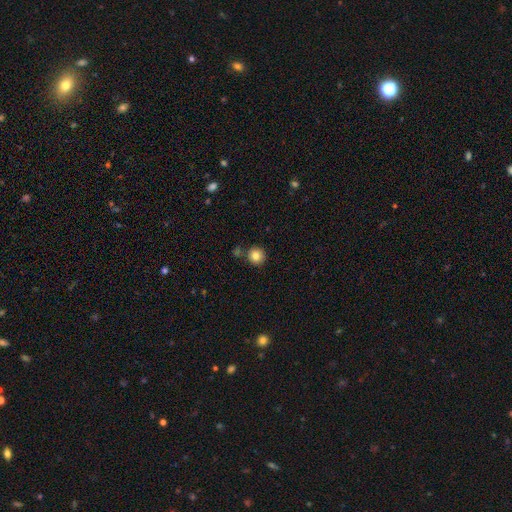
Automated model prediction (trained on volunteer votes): This is clearly a smooth galaxy (83%). How rounded: clearly round (92%). Merging: likely none (80%).